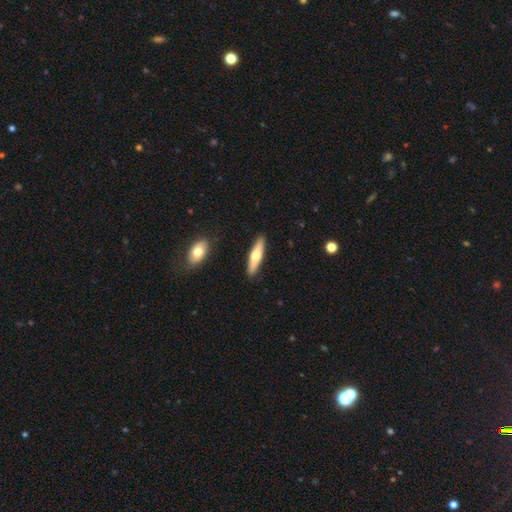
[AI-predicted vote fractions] Smooth or featured: smooth — 53% (featured or disk — 42%)
How rounded: cigar-shaped — 77% (in between — 21%)
Merging: none — 90% (minor disturbance — 7%)